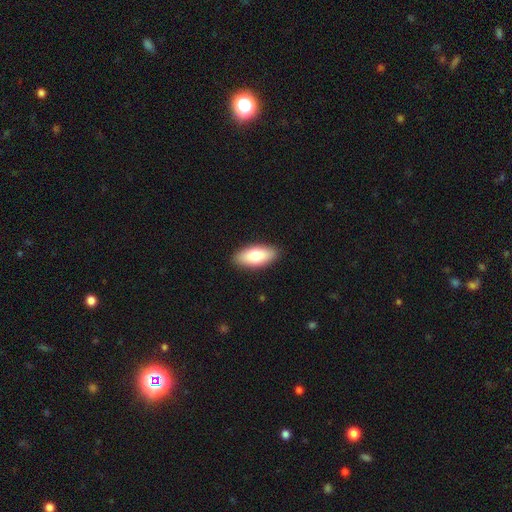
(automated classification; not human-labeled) The model was most divided on "smooth or featured": smooth: 78%, featured or disk: 16%, star or artifact: 6%. More confident: merging — none (89%); how rounded — in between (86%).